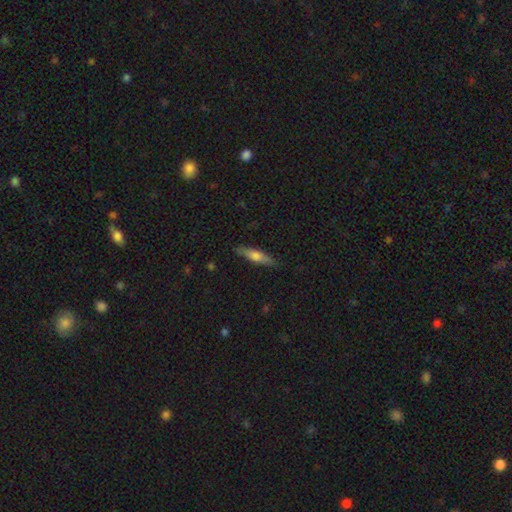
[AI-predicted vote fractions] A smooth galaxy with no disk features (56%) that is cigar-shaped (75%).

Vote fractions:
- Smooth or featured? smooth: 56% / featured or disk: 38% / star or artifact: 6%
- How rounded? cigar-shaped: 75% / in between: 23% / round: 2%
- Merging? none: 86% / minor disturbance: 11% / major disturbance: 2% / merger: 1%